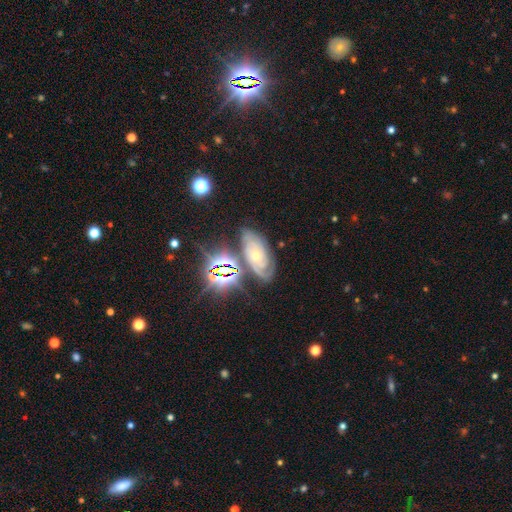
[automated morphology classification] Smooth or featured: featured or disk — 66% (star or artifact — 22%)
Edge-on disk: no — 95% (yes — 5%)
Bar: no — 76% (weak — 17%)
Spiral arms: yes — 95% (no — 5%)
Spiral winding: tight — 73% (medium — 23%)
Spiral arm count: 2 — 33% (can't tell — 27%)
Bulge size: small — 58% (moderate — 38%)
Merging: none — 70% (minor disturbance — 19%)